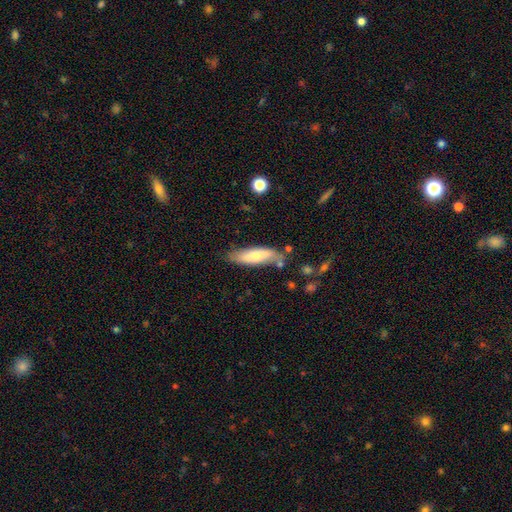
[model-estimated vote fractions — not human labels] Smooth or featured: smooth — 68% (featured or disk — 26%)
How rounded: cigar-shaped — 53% (in between — 45%)
Merging: none — 69% (minor disturbance — 21%)